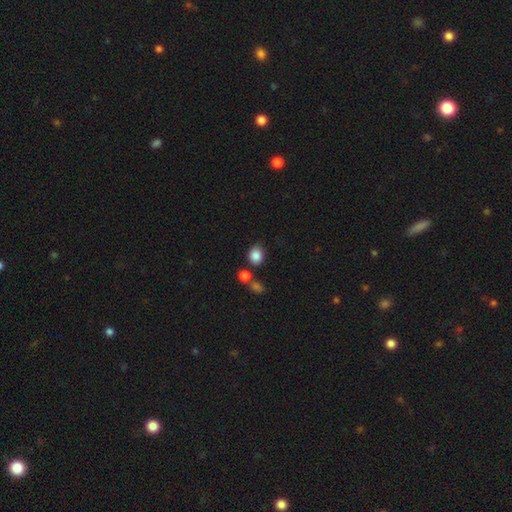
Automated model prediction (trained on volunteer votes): smooth 85%, star or artifact 10%, featured or disk 5%. Down the decision tree: how rounded — round (66%); merging — none (68%).